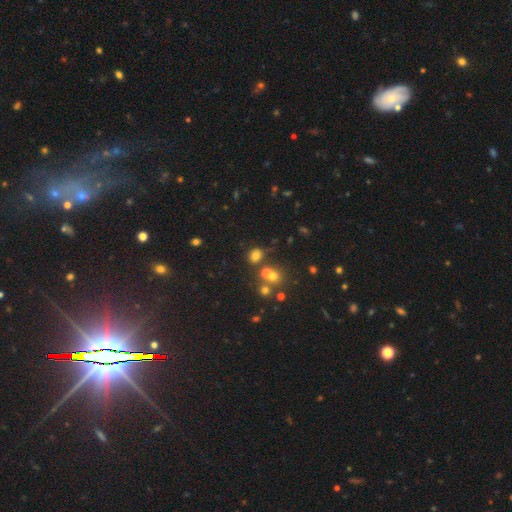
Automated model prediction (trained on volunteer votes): A smooth galaxy with no disk features (70%) that is round (58%).

Vote fractions:
- Smooth or featured? smooth: 70% / star or artifact: 21% / featured or disk: 9%
- How rounded? round: 58% / in between: 41% / cigar-shaped: 1%
- Merging? none: 64% / merger: 19% / minor disturbance: 12% / major disturbance: 5%